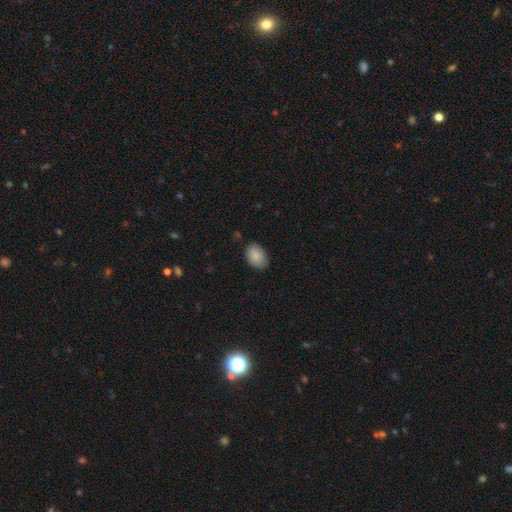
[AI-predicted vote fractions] A smooth galaxy with no disk features (87%) that is in between round and cigar-shaped (83%). Merging: none (79%).